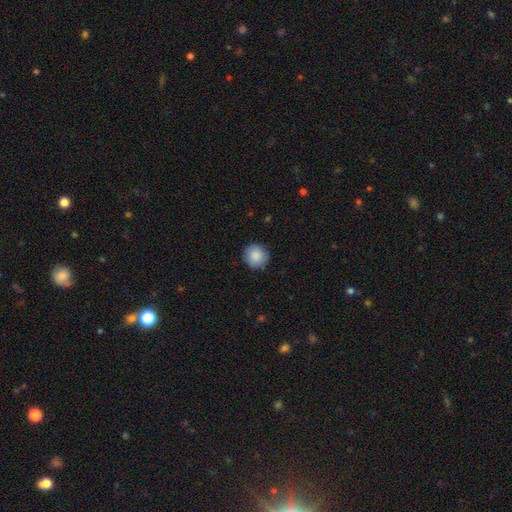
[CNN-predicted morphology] smooth 88%, star or artifact 7%, featured or disk 5%. Down the decision tree: how rounded — round (94%); merging — none (90%).